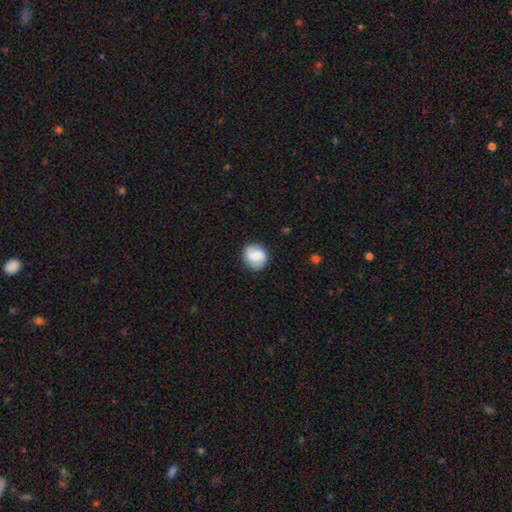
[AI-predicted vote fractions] Morphology: type=smooth (66%); roundness=round (74%); merging=none (81%).